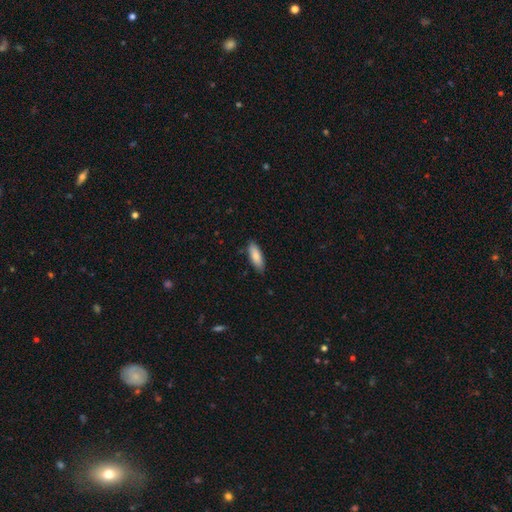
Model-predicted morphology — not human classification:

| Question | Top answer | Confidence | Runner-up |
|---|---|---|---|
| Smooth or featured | smooth | 85% | featured or disk (9%) |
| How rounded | in between | 62% | cigar-shaped (36%) |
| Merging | none | 84% | minor disturbance (12%) |